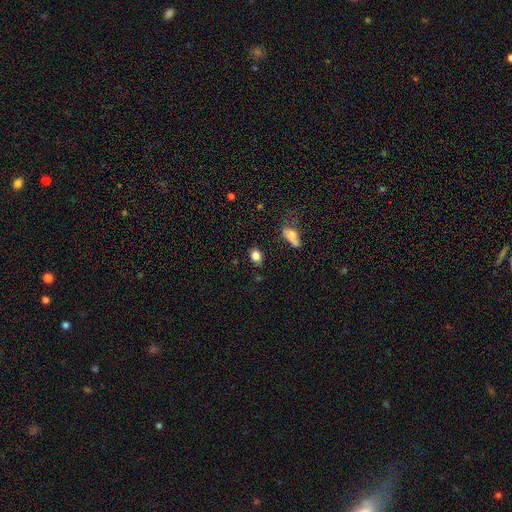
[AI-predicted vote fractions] Smooth or featured?
  - smooth: 83% *
  - star or artifact: 10%
  - featured or disk: 7%
How rounded?
  - in between: 52% *
  - round: 45%
  - cigar-shaped: 2%
Merging?
  - none: 79% *
  - minor disturbance: 14%
  - major disturbance: 4%
  - merger: 3%